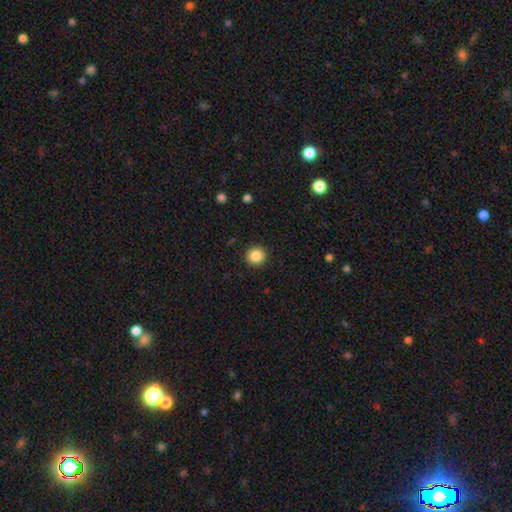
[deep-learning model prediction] Smooth or featured? Predicted: smooth (p=0.87). How rounded? Predicted: round (p=0.94). Merging? Predicted: none (p=0.92).